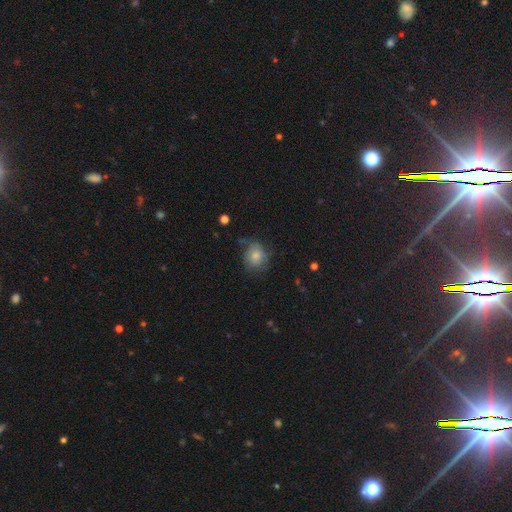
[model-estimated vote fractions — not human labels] A smooth galaxy with no disk features (69%) that is round (66%).

Vote fractions:
- Smooth or featured? smooth: 69% / featured or disk: 22% / star or artifact: 8%
- How rounded? round: 66% / in between: 33% / cigar-shaped: 1%
- Merging? none: 56% / minor disturbance: 29% / major disturbance: 13% / merger: 2%